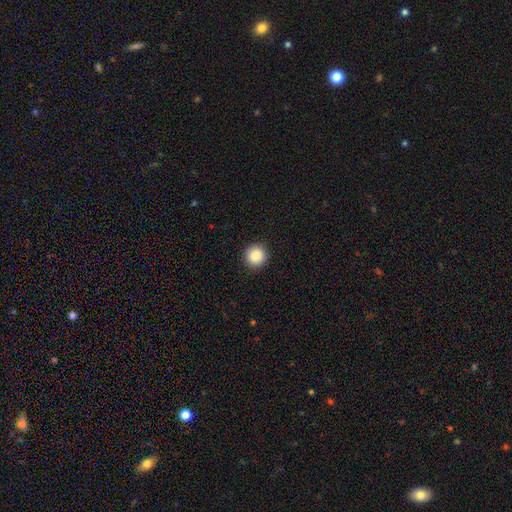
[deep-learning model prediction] A smooth galaxy with no disk features (88%) that is round (95%).

Vote fractions:
- Smooth or featured? smooth: 88% / star or artifact: 9% / featured or disk: 3%
- How rounded? round: 95% / in between: 4% / cigar-shaped: 1%
- Merging? none: 92% / minor disturbance: 5% / major disturbance: 2% / merger: 1%